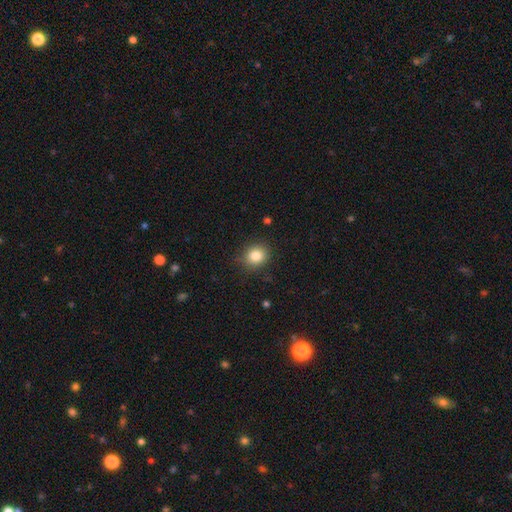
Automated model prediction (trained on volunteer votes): This appears to be a smooth galaxy with no disk features (83%) that is round (72%). Merging: none (84%).